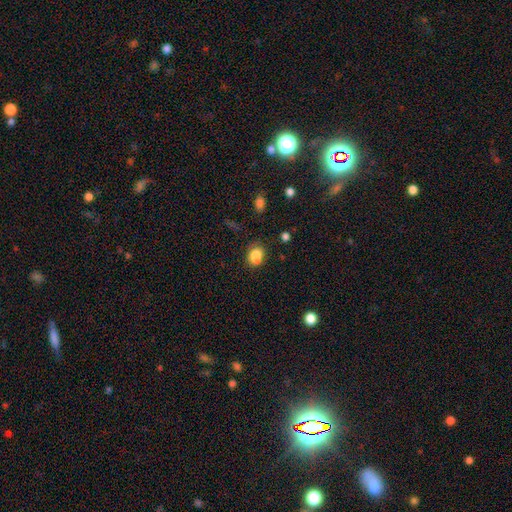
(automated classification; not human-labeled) A smooth galaxy with no disk features (84%) that is in between round and cigar-shaped (67%). Merging: none (67%).